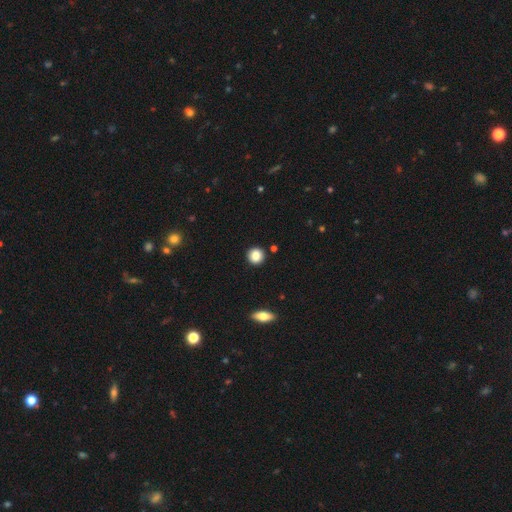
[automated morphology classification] smooth_or_featured: smooth (p=0.85) [alt: star or artifact p=0.09]
how_rounded: round (p=0.93) [alt: in between p=0.06]
merging: none (p=0.92) [alt: minor disturbance p=0.05]